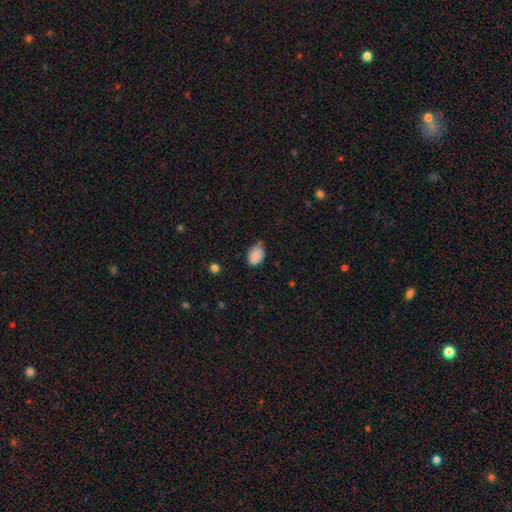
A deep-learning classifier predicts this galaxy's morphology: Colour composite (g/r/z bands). It shows a smooth galaxy with no disk features (86%) that is in between round and cigar-shaped (84%). Merging: none (58%).